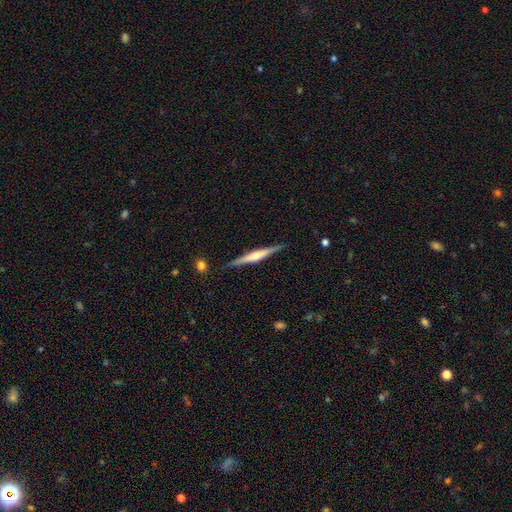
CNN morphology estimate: This is likely a featured or disk galaxy (61%). It is clearly viewed edge-on (97%). Edge-on bulge: likely rounded (64%). Merging: clearly none (87%).